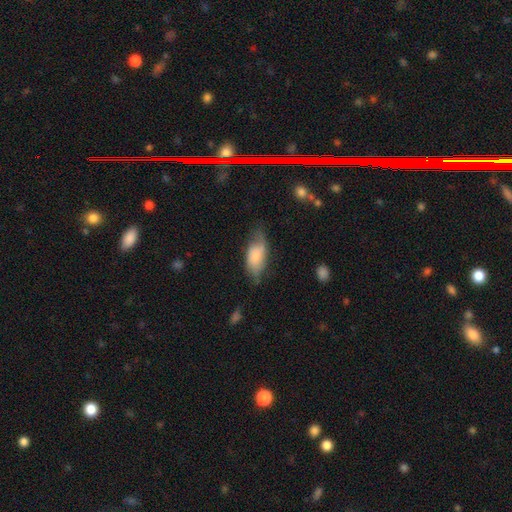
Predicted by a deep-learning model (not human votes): This is likely a smooth galaxy (72%). How rounded: clearly in between (89%). Merging: marginally none (45%).